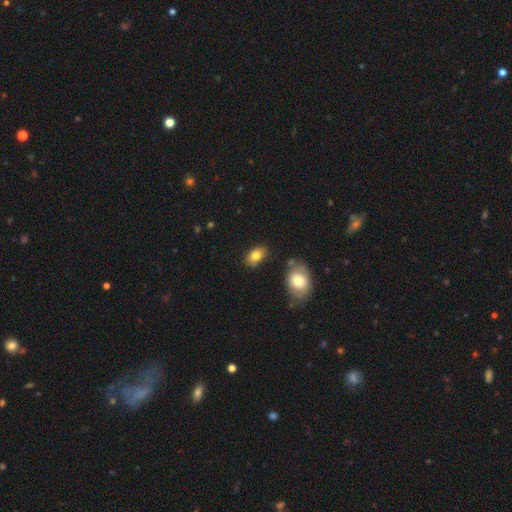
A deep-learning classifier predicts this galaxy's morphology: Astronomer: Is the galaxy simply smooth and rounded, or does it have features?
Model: smooth — 81%.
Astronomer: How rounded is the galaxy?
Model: in between — 86%.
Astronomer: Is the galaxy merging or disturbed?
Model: none — 77%.